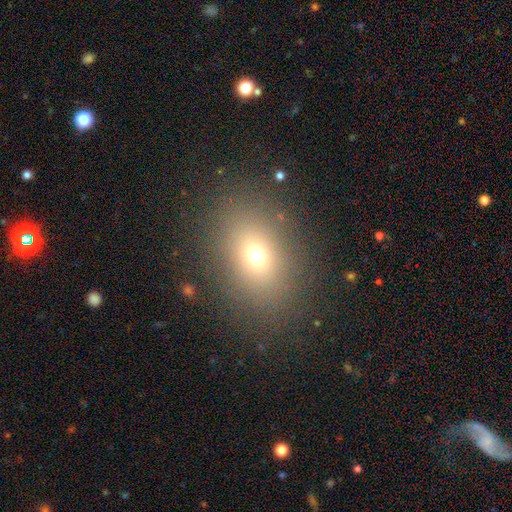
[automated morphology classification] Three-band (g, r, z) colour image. It shows a smooth galaxy with no disk features (67%) that is in between round and cigar-shaped (65%). Merging: none (84%).